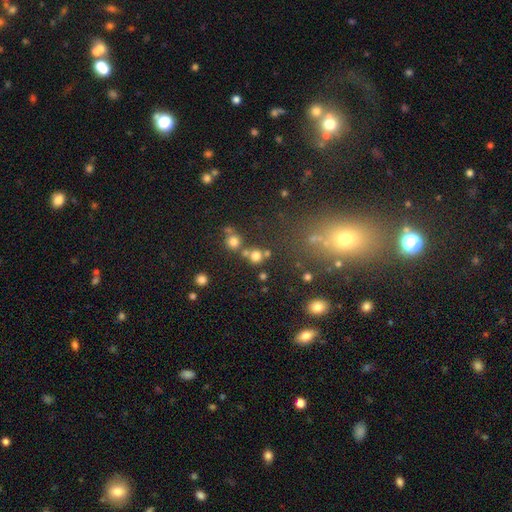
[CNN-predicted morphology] The model was most divided on "merging": none: 64%, merger: 25%, minor disturbance: 8%, major disturbance: 4%. More confident: how rounded — round (90%); smooth or featured — smooth (70%).